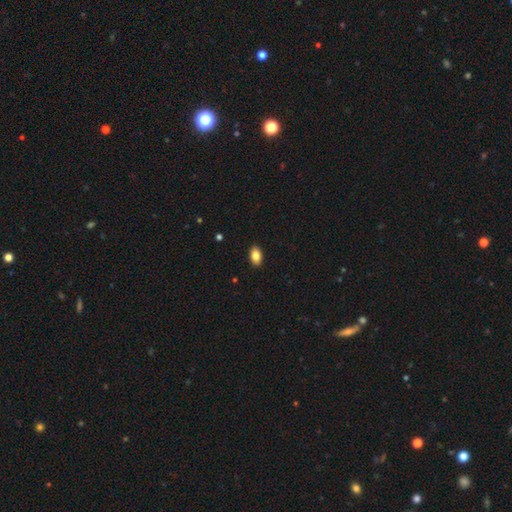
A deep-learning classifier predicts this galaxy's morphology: smooth_or_featured: smooth (p=0.84) [alt: featured or disk p=0.08]
how_rounded: in between (p=0.91) [alt: round p=0.07]
merging: none (p=0.90) [alt: minor disturbance p=0.07]